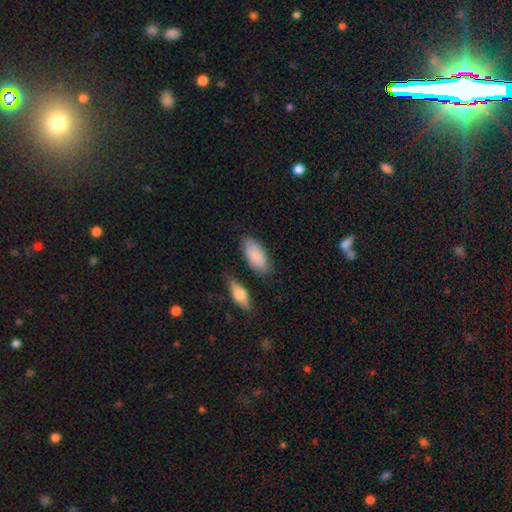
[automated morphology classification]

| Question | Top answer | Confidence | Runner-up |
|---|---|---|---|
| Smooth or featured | smooth | 85% | featured or disk (10%) |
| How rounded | in between | 92% | cigar-shaped (6%) |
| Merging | none | 74% | minor disturbance (16%) |